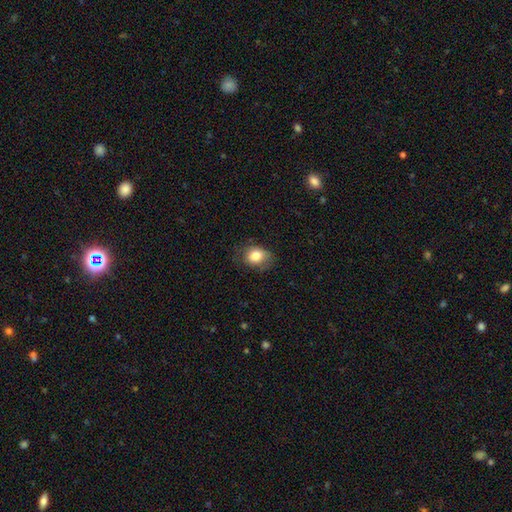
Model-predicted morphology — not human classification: smooth 80%, featured or disk 11%, star or artifact 9%. Down the decision tree: how rounded — in between (60%); merging — none (62%).